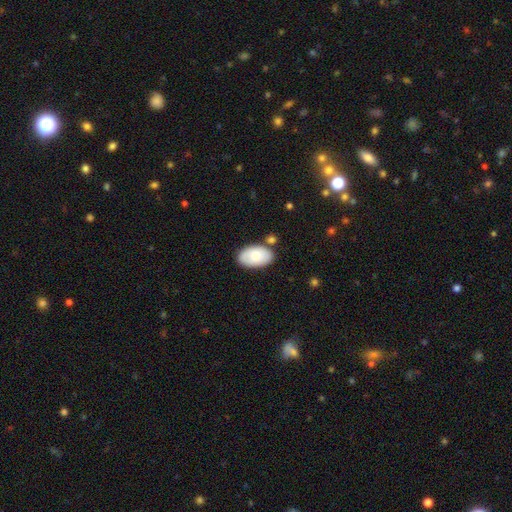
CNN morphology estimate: Q: Smooth or featured?
A: smooth (79%); runner-up: featured or disk (15%)
Q: How rounded?
A: in between (95%); runner-up: round (4%)
Q: Merging?
A: none (75%); runner-up: minor disturbance (15%)